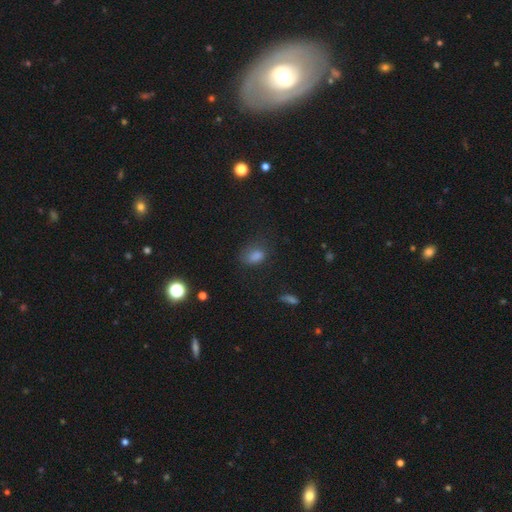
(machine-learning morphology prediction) type=smooth (74%); roundness=in between (74%); merging=none (64%).